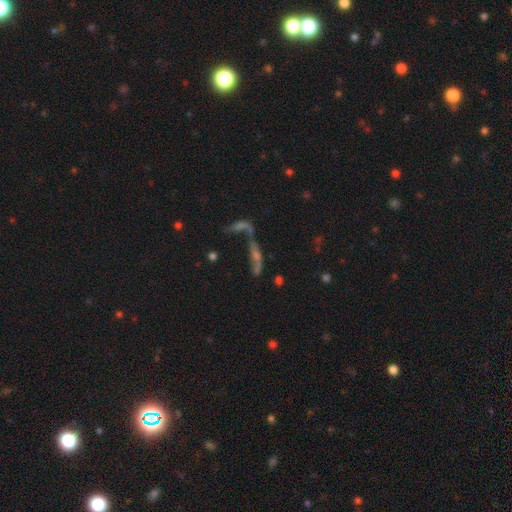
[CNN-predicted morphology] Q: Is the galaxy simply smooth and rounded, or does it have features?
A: featured or disk — 46%.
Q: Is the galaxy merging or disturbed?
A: merger — 52%.